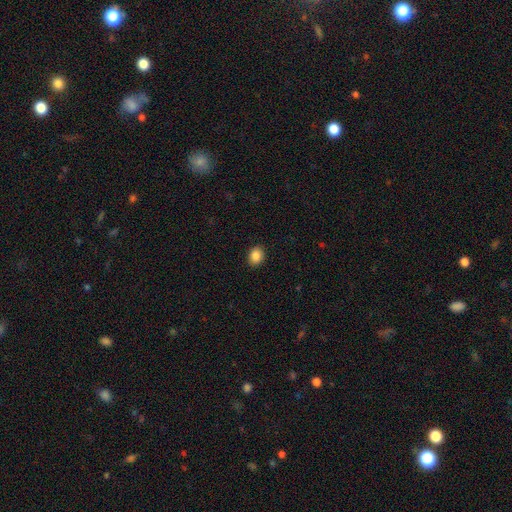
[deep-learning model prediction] A smooth galaxy with no disk features (87%) that is in between round and cigar-shaped (54%). Merging: none (90%).